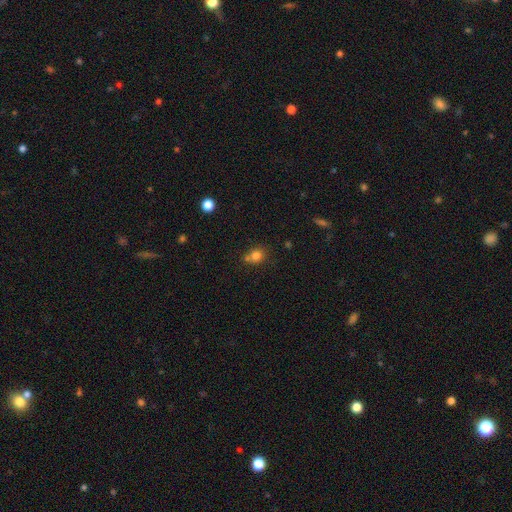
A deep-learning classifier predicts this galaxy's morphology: Smooth or featured? smooth (80%)
How rounded? round (68%)
Merging? none (60%)